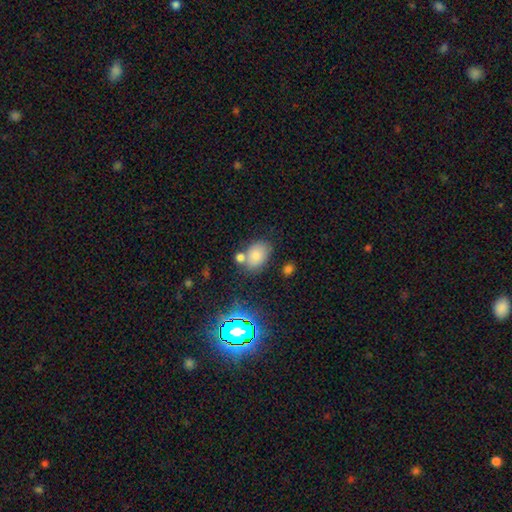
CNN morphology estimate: Smooth or featured? smooth (77%)
How rounded? in between (77%)
Merging? none (58%)